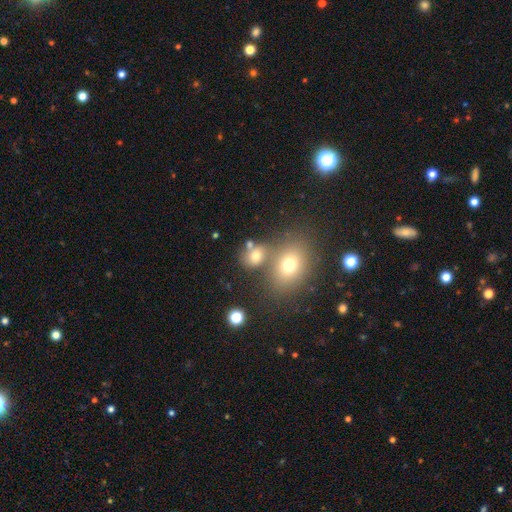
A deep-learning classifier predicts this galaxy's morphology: A smooth galaxy with no disk features (69%) that is round (53%). Merging: none (46%).